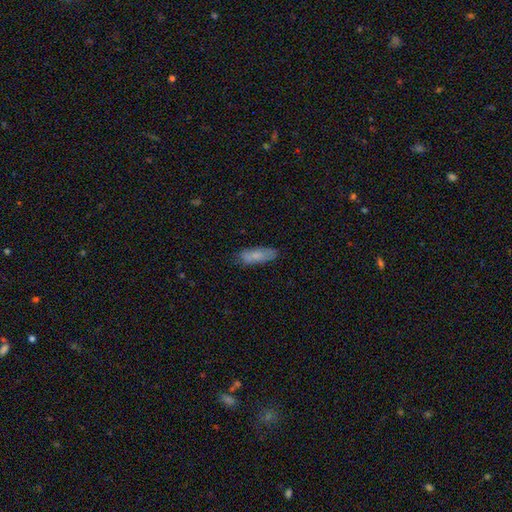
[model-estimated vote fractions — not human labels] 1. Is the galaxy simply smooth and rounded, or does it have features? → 76% smooth, 18% featured or disk, 7% star or artifact.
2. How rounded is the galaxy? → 58% in between, 40% cigar-shaped, 2% round.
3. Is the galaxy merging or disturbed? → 75% none, 19% minor disturbance, 4% major disturbance, 2% merger.